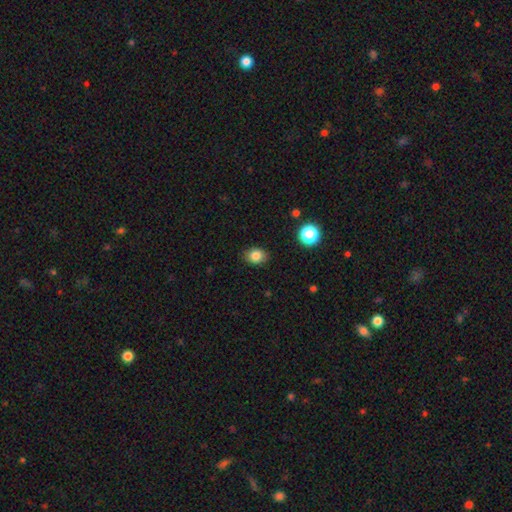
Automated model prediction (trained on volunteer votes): Smooth or featured: smooth — 83% (star or artifact — 10%)
How rounded: in between — 60% (round — 39%)
Merging: none — 86% (minor disturbance — 10%)